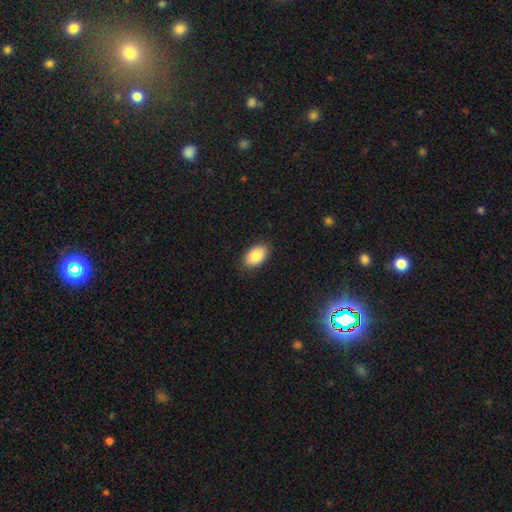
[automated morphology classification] A smooth galaxy with no disk features (87%) that is in between round and cigar-shaped (91%). Merging: none (87%).